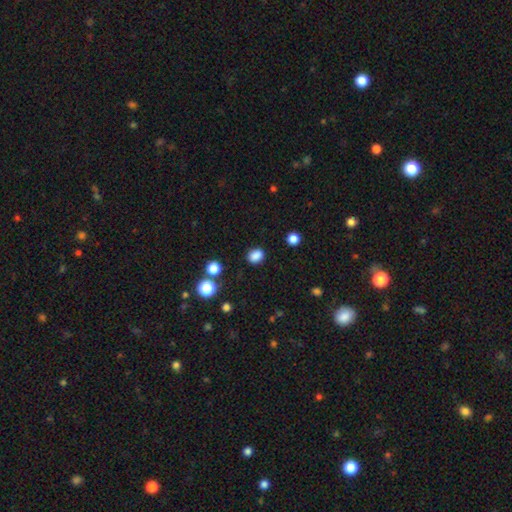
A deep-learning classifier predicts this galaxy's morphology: Smooth or featured: smooth — 85% (star or artifact — 11%)
How rounded: in between — 52% (round — 47%)
Merging: none — 85% (minor disturbance — 10%)